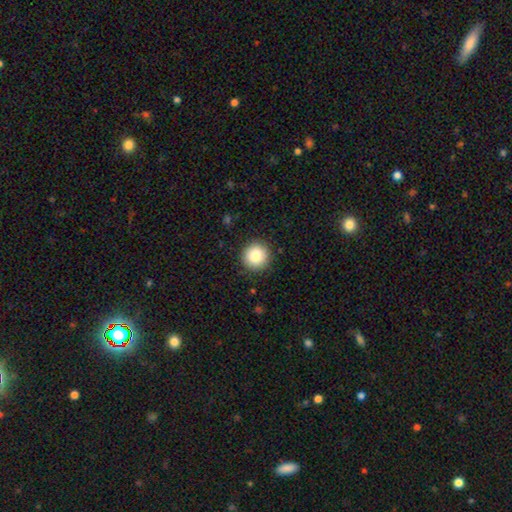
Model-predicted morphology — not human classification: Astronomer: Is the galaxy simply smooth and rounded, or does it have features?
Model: smooth — 84%.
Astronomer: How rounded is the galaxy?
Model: round — 94%.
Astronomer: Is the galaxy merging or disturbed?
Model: none — 90%.